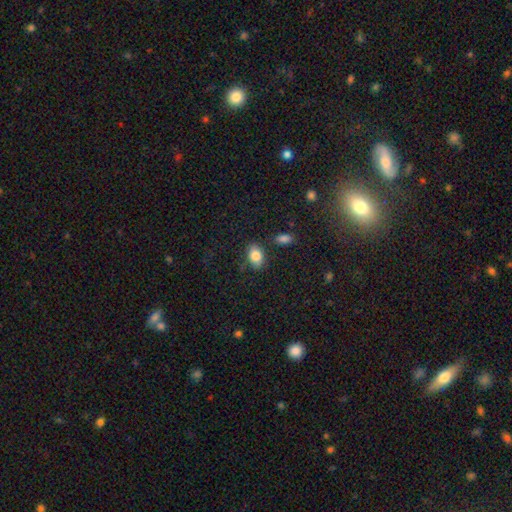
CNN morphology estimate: This is clearly a smooth galaxy (83%). How rounded: clearly in between (88%). Merging: likely none (80%).